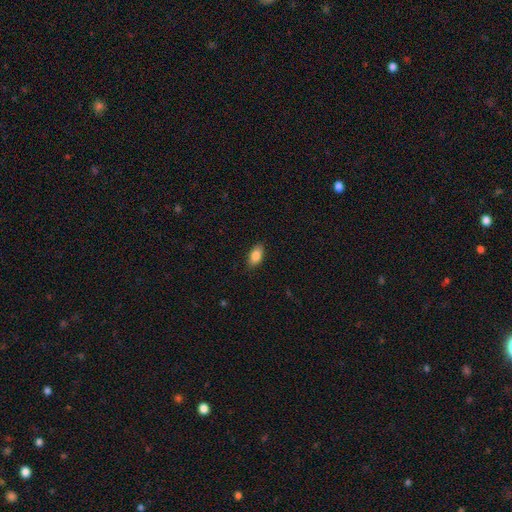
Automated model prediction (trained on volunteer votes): smooth 85%, featured or disk 8%, star or artifact 7%. Down the decision tree: how rounded — in between (89%); merging — none (86%).